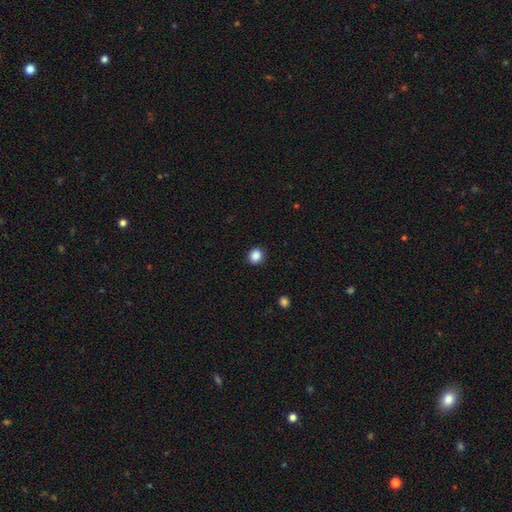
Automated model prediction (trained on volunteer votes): Smooth or featured? smooth (87%)
How rounded? round (84%)
Merging? none (90%)